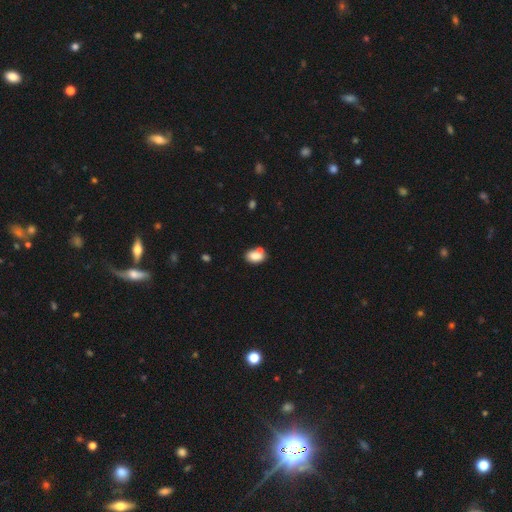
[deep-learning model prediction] smooth 80%, featured or disk 11%, star or artifact 9%. Down the decision tree: how rounded — in between (79%); merging — none (54%).